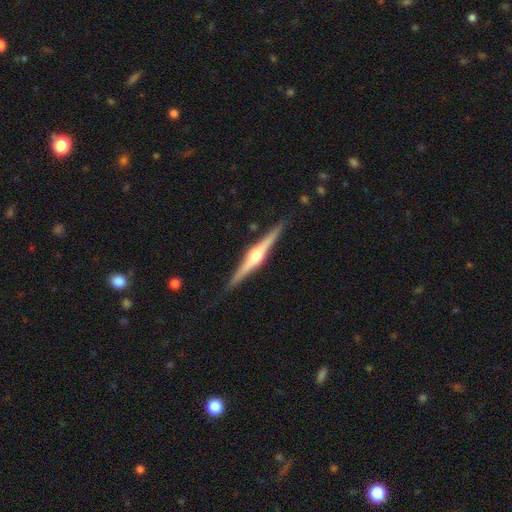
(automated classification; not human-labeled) A featured or disk galaxy (81%) viewed edge-on (98%) with a rounded central bulge (91%).

Vote fractions:
- Smooth or featured? featured or disk: 81% / smooth: 15% / star or artifact: 5%
- Edge-on disk? yes: 98% / no: 2%
- Edge-on bulge? rounded: 91% / boxy: 6% / none: 3%
- Merging? none: 90% / minor disturbance: 7% / major disturbance: 1% / merger: 1%